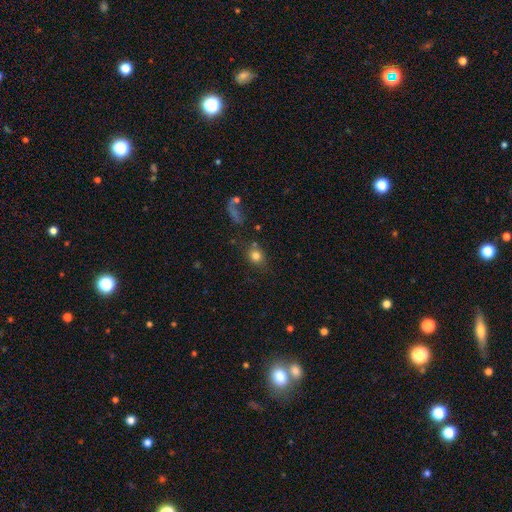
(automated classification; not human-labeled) smooth_or_featured: smooth (p=0.80) [alt: star or artifact p=0.12]
how_rounded: round (p=0.71) [alt: in between p=0.28]
merging: none (p=0.72) [alt: minor disturbance p=0.13]